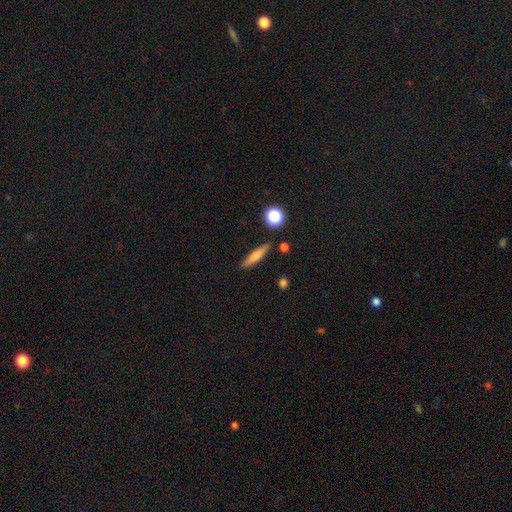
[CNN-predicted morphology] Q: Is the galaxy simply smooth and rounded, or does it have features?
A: smooth — 64%.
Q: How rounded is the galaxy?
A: cigar-shaped — 78%.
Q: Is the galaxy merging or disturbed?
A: none — 84%.